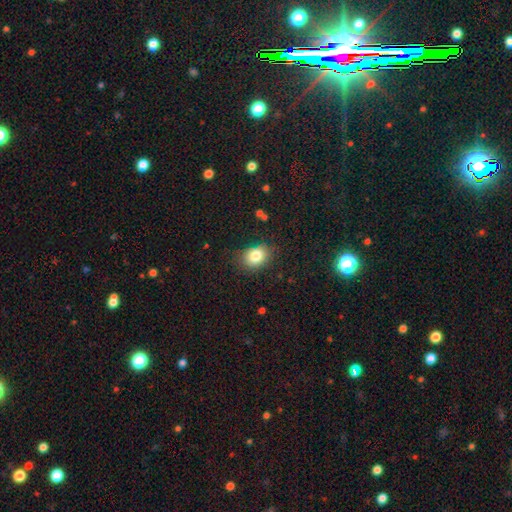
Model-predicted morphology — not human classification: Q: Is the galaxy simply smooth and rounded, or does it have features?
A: smooth — 81%.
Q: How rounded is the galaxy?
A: in between — 63%.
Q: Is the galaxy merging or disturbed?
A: none — 80%.